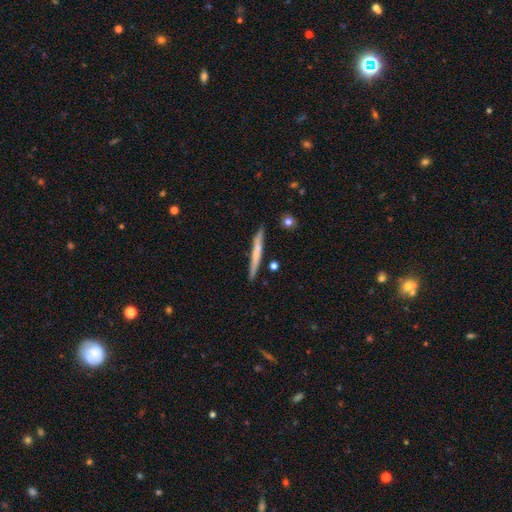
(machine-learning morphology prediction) Smooth or featured? smooth (48%)
Merging? none (88%)